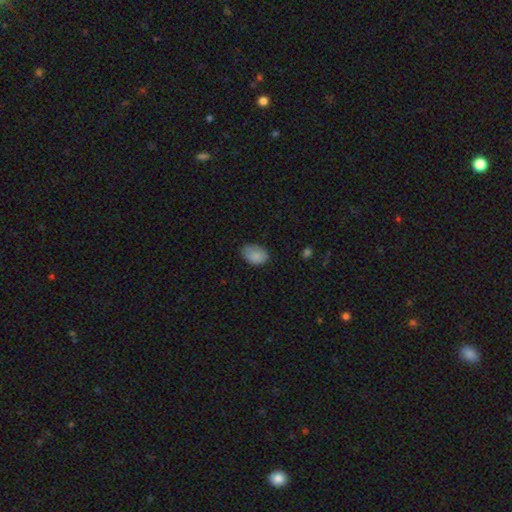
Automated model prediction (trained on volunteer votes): The model was most divided on "merging": none: 71%, minor disturbance: 23%, major disturbance: 4%, merger: 1%. More confident: smooth or featured — smooth (86%); how rounded — in between (83%).